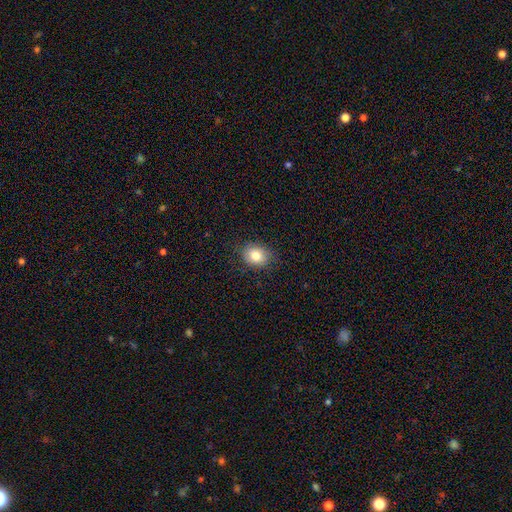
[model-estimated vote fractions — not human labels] This appears to be a smooth galaxy with no disk features (81%) that is round (51%). Merging: none (84%).